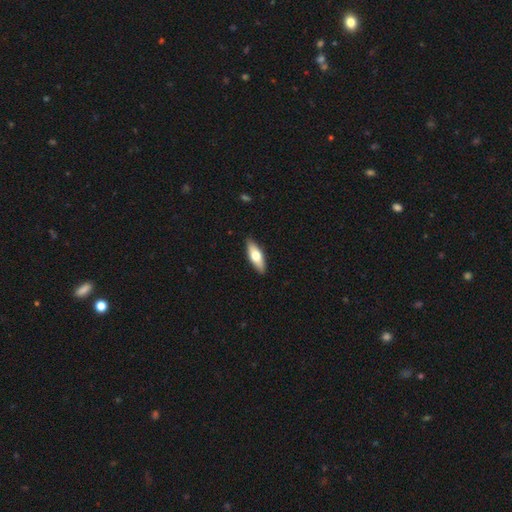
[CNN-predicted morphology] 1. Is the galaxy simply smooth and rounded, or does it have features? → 61% smooth, 34% featured or disk, 5% star or artifact.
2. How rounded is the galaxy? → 60% in between, 38% cigar-shaped, 2% round.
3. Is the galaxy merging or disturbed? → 89% none, 8% minor disturbance, 2% major disturbance, 1% merger.